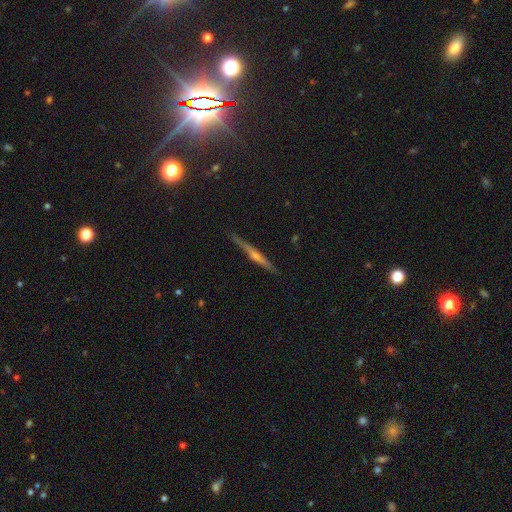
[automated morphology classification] Smooth or featured? featured or disk (70%)
Edge-on disk? yes (96%)
Edge-on bulge? rounded (76%)
Merging? none (88%)